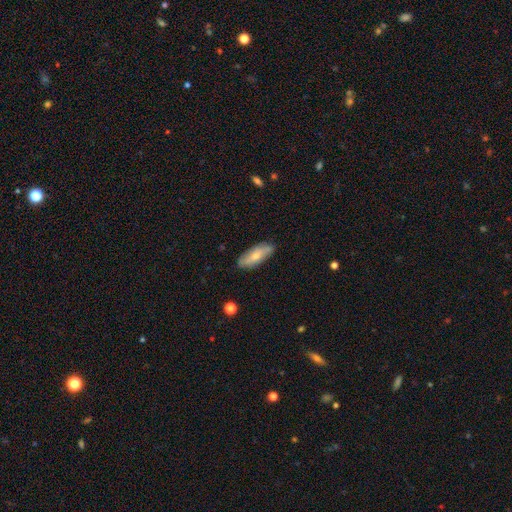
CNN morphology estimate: A smooth galaxy with no disk features (63%) that is in between round and cigar-shaped (73%). Merging: none (79%).